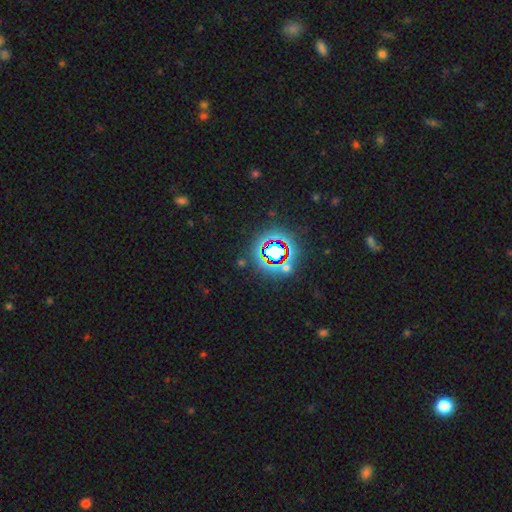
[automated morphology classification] Smooth or featured: star or artifact — 79% (smooth — 13%)